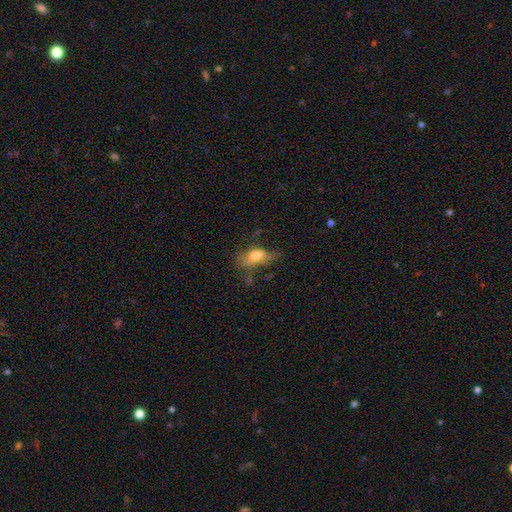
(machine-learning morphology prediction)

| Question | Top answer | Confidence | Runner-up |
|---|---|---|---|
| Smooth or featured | smooth | 69% | featured or disk (21%) |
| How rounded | in between | 83% | round (9%) |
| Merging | none | 35% | minor disturbance (31%) |